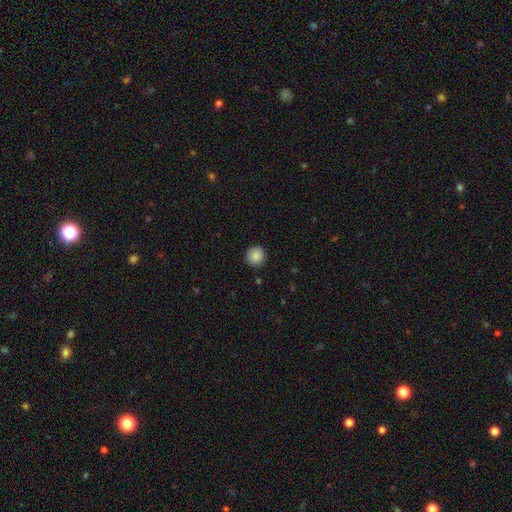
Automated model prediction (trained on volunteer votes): The model was most divided on "smooth or featured": smooth: 88%, star or artifact: 8%, featured or disk: 4%. More confident: how rounded — round (94%); merging — none (90%).